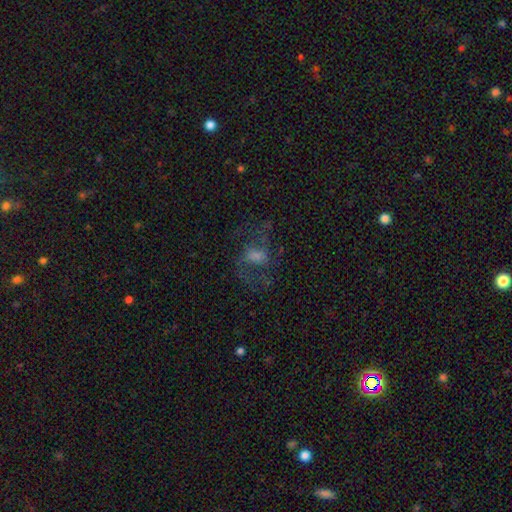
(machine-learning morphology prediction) type=featured or disk (56%); edge-on=no (96%); bar=weak (43%, tied with no); spiral arms=yes (71%); bulge=moderate (36%); merging=none (54%).